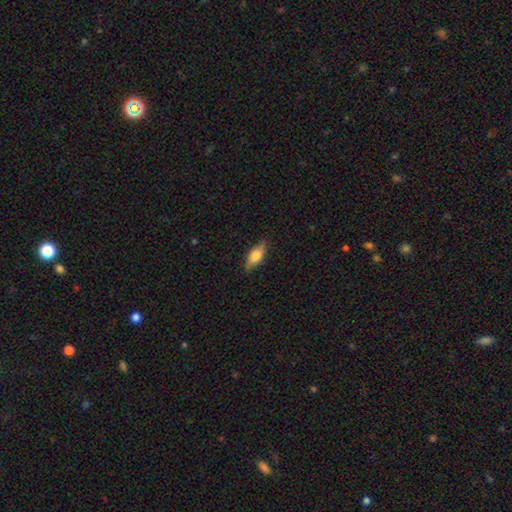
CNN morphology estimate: A smooth galaxy with no disk features (63%) that is in between round and cigar-shaped (76%).

Vote fractions:
- Smooth or featured? smooth: 63% / featured or disk: 30% / star or artifact: 7%
- How rounded? in between: 76% / cigar-shaped: 20% / round: 4%
- Merging? none: 84% / minor disturbance: 13% / major disturbance: 2% / merger: 1%